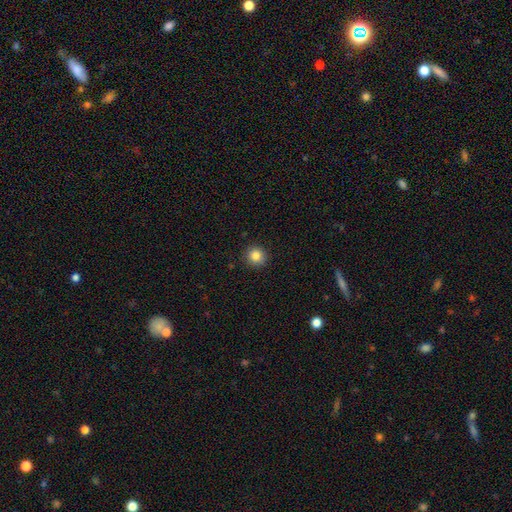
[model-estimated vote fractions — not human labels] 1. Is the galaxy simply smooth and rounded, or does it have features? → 85% smooth, 10% star or artifact, 5% featured or disk.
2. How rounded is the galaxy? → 94% round, 5% in between, 1% cigar-shaped.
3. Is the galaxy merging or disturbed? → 92% none, 5% minor disturbance, 2% major disturbance, 1% merger.